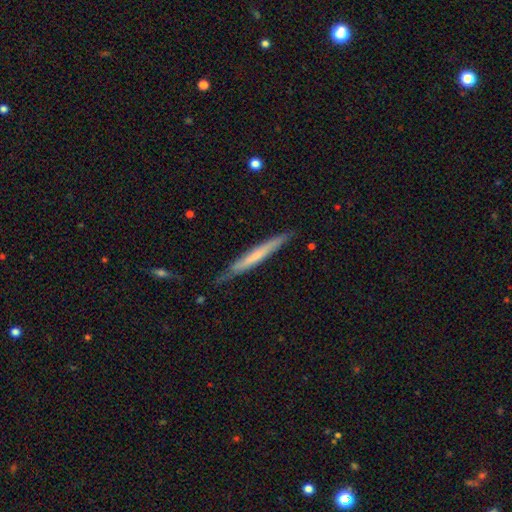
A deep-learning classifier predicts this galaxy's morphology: Smooth or featured: smooth — 48% (featured or disk — 46%)
Merging: none — 77% (minor disturbance — 19%)